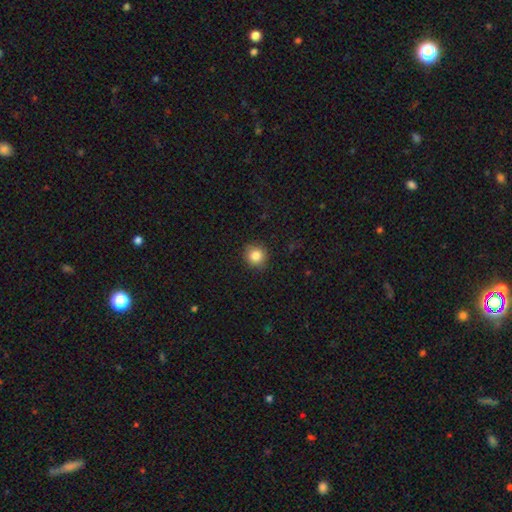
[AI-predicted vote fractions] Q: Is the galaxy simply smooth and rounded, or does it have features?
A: smooth — 85%.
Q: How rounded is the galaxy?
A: round — 92%.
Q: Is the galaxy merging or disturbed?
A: none — 89%.